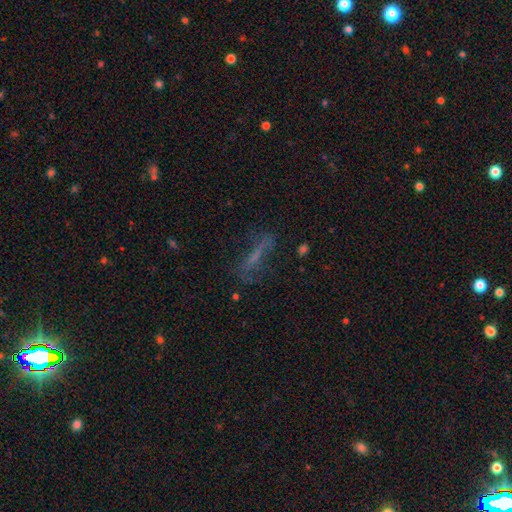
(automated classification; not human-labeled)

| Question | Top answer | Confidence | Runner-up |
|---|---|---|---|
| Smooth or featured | featured or disk | 40% | smooth (36%) |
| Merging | none | 61% | minor disturbance (19%) |